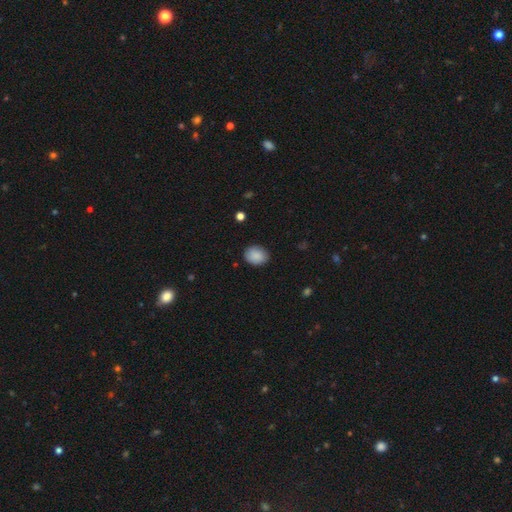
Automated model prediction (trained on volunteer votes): A smooth galaxy with no disk features (88%) that is in between round and cigar-shaped (51%). Merging: none (84%).